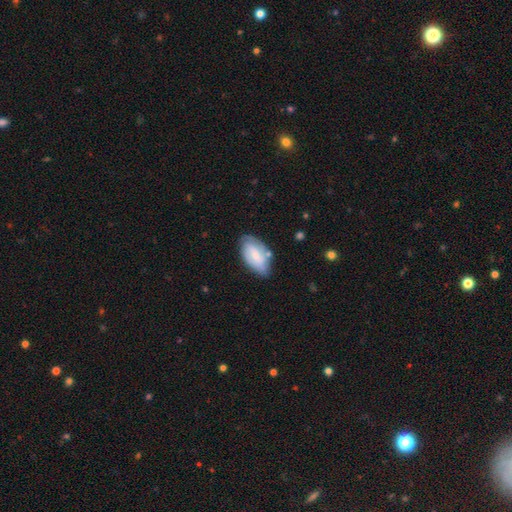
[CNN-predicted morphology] This is possibly a smooth galaxy (57%). How rounded: clearly in between (92%). Merging: likely none (64%).